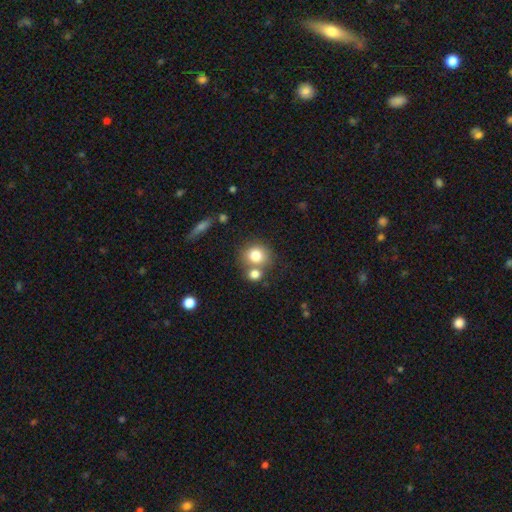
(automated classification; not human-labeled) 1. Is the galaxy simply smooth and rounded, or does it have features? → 80% smooth, 10% featured or disk, 10% star or artifact.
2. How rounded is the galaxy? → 81% round, 18% in between, 1% cigar-shaped.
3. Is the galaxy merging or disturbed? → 52% none, 33% merger, 10% minor disturbance, 4% major disturbance.